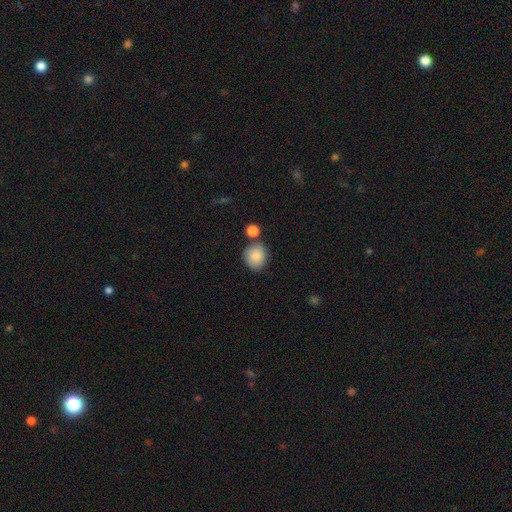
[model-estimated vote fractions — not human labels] Smooth or featured? Predicted: smooth (p=0.86). How rounded? Predicted: round (p=0.75). Merging? Predicted: none (p=0.71).